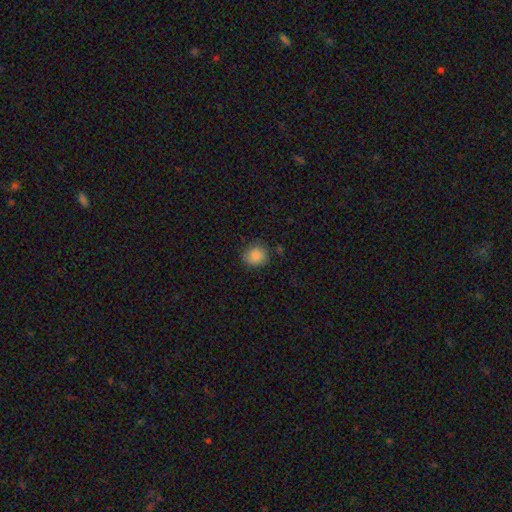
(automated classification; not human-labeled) A smooth galaxy with no disk features (86%) that is round (81%).

Vote fractions:
- Smooth or featured? smooth: 86% / star or artifact: 9% / featured or disk: 4%
- How rounded? round: 81% / in between: 18% / cigar-shaped: 1%
- Merging? none: 84% / minor disturbance: 12% / major disturbance: 3% / merger: 2%